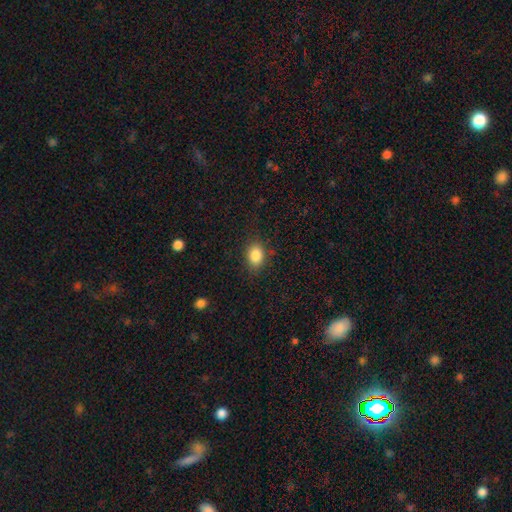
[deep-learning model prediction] Morphology: type=smooth (85%); roundness=in between (73%); merging=none (83%).